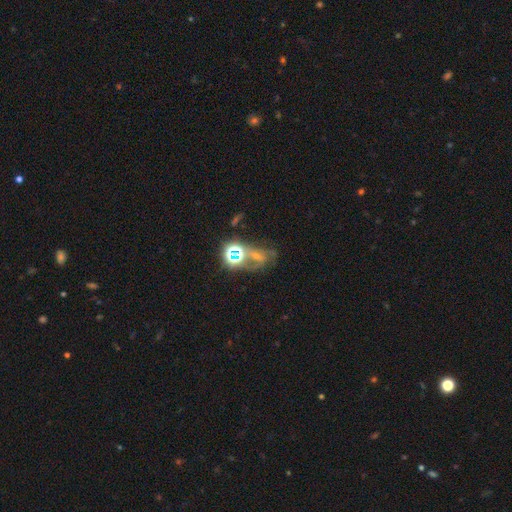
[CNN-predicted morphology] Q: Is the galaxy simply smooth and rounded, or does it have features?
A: star or artifact — 39%.